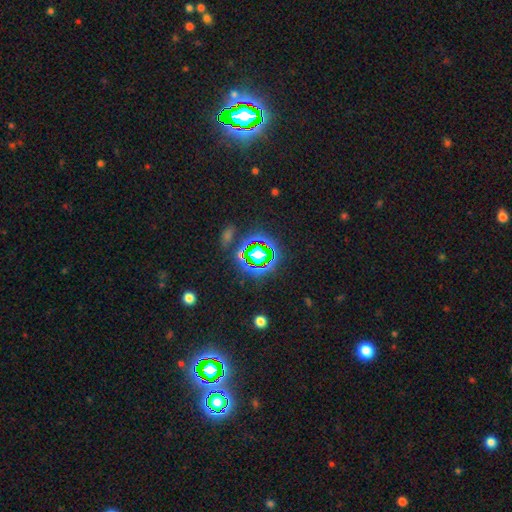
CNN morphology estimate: This appears to be a star or artifact, not a galaxy (64%).